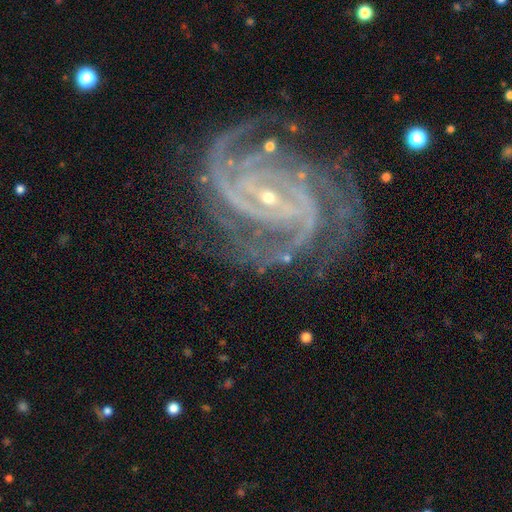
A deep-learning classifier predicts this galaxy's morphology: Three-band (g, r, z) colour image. It shows a featured or disk galaxy (93%) with a strong bar (39%), 3 (26%) tight (59%) spiral arms (99%) and a small central bulge (85%). Merging: none (72%).